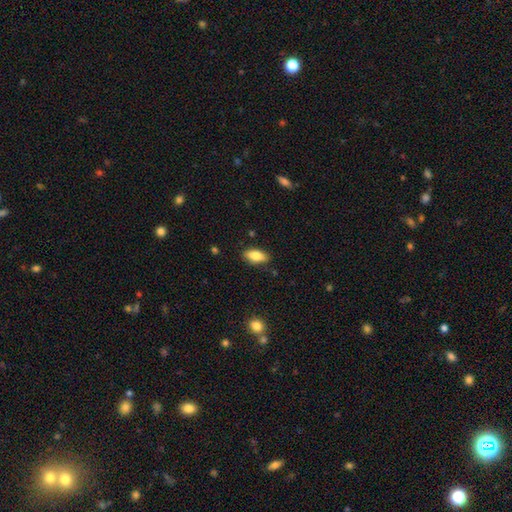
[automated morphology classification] Smooth or featured: smooth — 82% (featured or disk — 11%)
How rounded: in between — 86% (cigar-shaped — 11%)
Merging: none — 85% (minor disturbance — 11%)